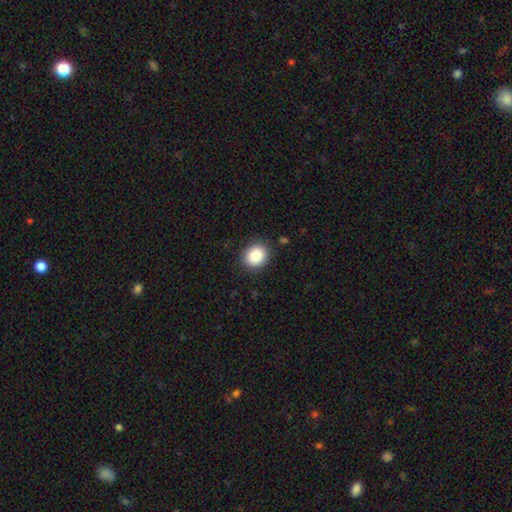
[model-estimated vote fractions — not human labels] A smooth galaxy with no disk features (84%) that is round (64%).

Vote fractions:
- Smooth or featured? smooth: 84% / star or artifact: 9% / featured or disk: 7%
- How rounded? round: 64% / in between: 35% / cigar-shaped: 1%
- Merging? none: 88% / minor disturbance: 8% / major disturbance: 2% / merger: 1%